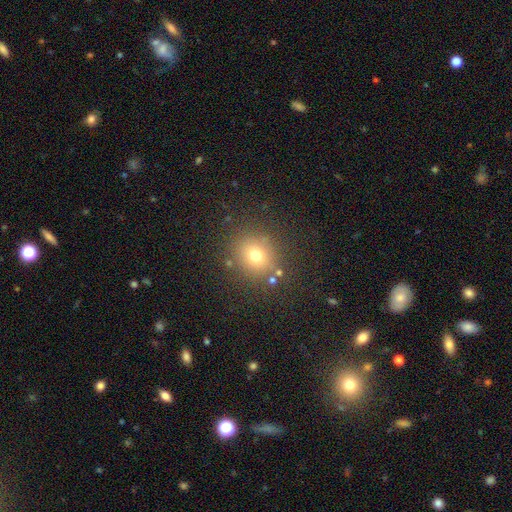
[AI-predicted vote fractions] smooth 70%, star or artifact 19%, featured or disk 11%. Down the decision tree: how rounded — round (79%); merging — none (82%).